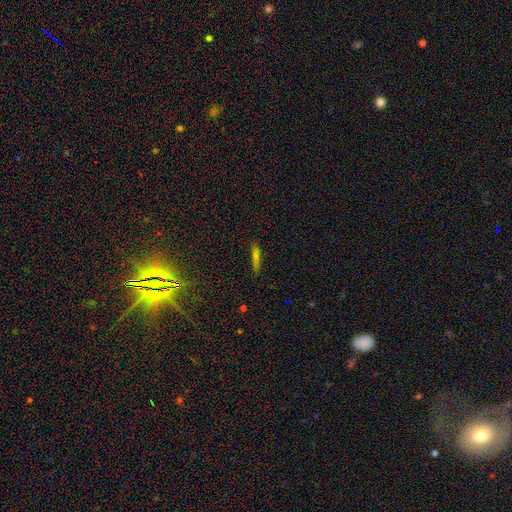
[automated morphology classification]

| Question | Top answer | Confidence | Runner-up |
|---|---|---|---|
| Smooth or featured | smooth | 51% | featured or disk (25%) |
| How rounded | cigar-shaped | 87% | in between (9%) |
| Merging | none | 84% | minor disturbance (11%) |